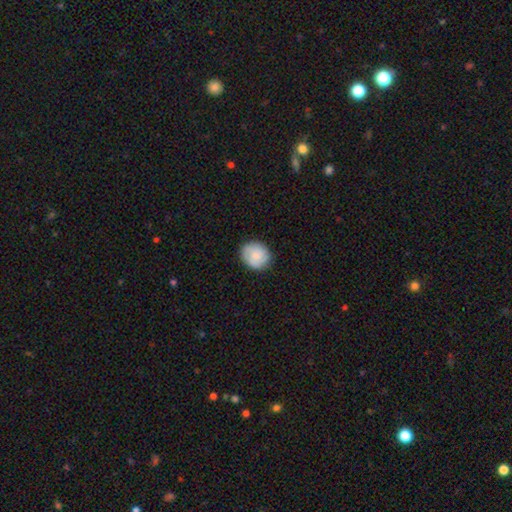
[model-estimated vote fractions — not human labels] Smooth or featured? Predicted: smooth (p=0.75). How rounded? Predicted: round (p=0.72). Merging? Predicted: none (p=0.85).